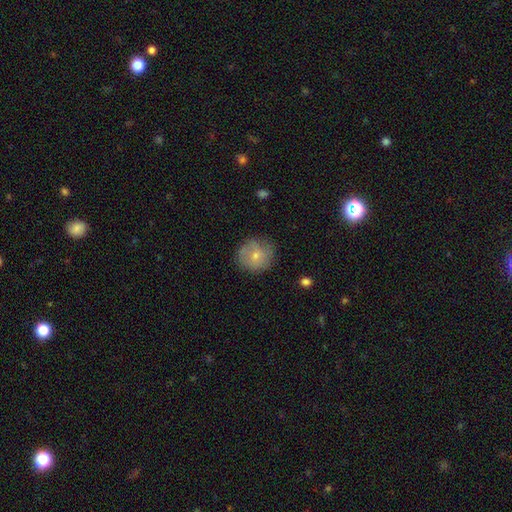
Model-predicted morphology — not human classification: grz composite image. It shows a smooth galaxy with no disk features (65%) that is round (90%). Merging: none (75%).